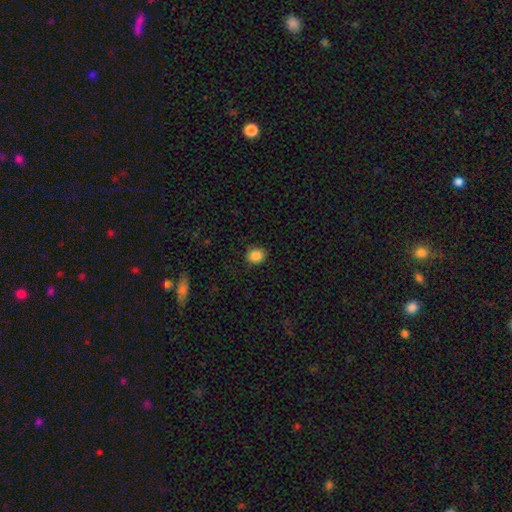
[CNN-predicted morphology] A smooth galaxy with no disk features (86%) that is round (74%).

Vote fractions:
- Smooth or featured? smooth: 86% / star or artifact: 10% / featured or disk: 4%
- How rounded? round: 74% / in between: 25% / cigar-shaped: 1%
- Merging? none: 83% / minor disturbance: 13% / major disturbance: 3% / merger: 1%